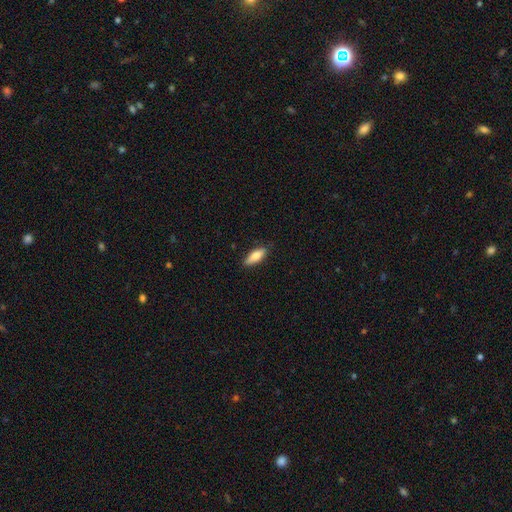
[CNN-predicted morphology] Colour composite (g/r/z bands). It shows a smooth galaxy with no disk features (76%) that is in between round and cigar-shaped (67%). Merging: none (85%).